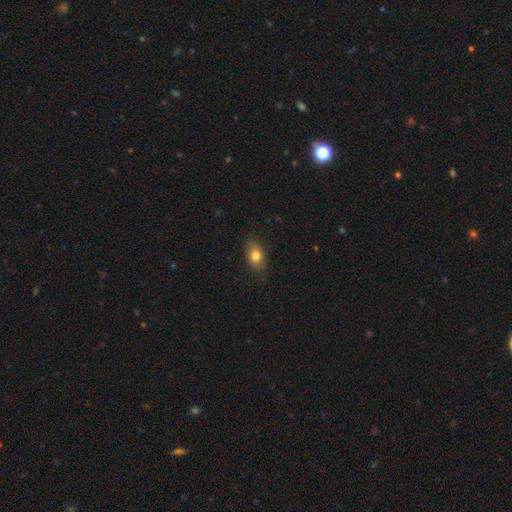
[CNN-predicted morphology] Overall: smooth (80%). How rounded: in between (80%). Merging: none (82%).